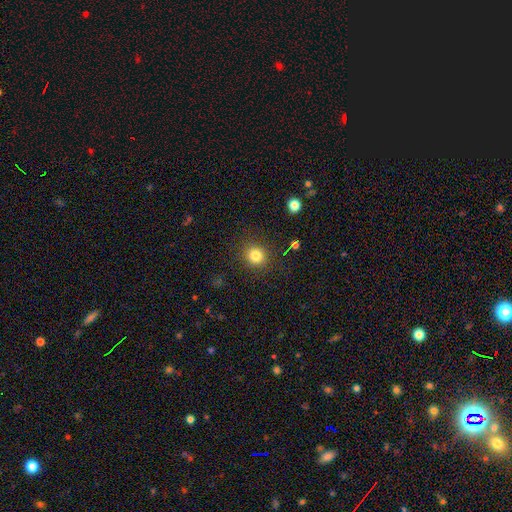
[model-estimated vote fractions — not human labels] This is clearly a smooth galaxy (82%). How rounded: clearly round (87%). Merging: clearly none (88%).